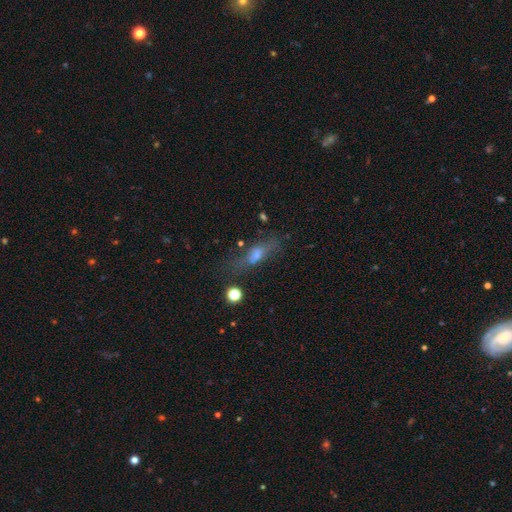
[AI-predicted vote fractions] This appears to be a smooth galaxy with no disk features (45%). Merging: none (61%).